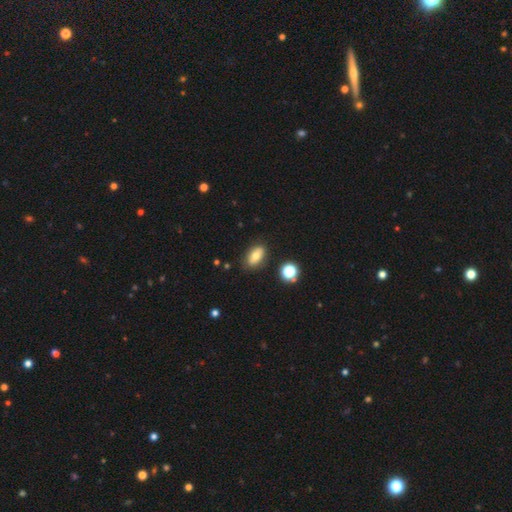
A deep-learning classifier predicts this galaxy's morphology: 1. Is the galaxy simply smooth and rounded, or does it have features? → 76% smooth, 14% featured or disk, 10% star or artifact.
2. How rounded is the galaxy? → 86% in between, 8% round, 6% cigar-shaped.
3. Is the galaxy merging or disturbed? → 83% none, 11% minor disturbance, 3% merger, 3% major disturbance.